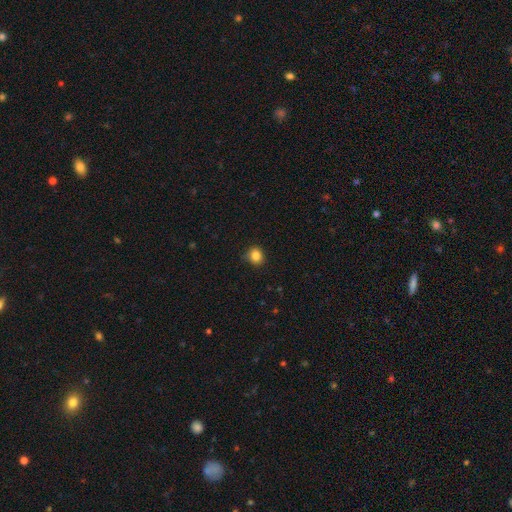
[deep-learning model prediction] smooth_or_featured: smooth (p=0.85) [alt: star or artifact p=0.11]
how_rounded: round (p=0.84) [alt: in between p=0.15]
merging: none (p=0.87) [alt: minor disturbance p=0.10]